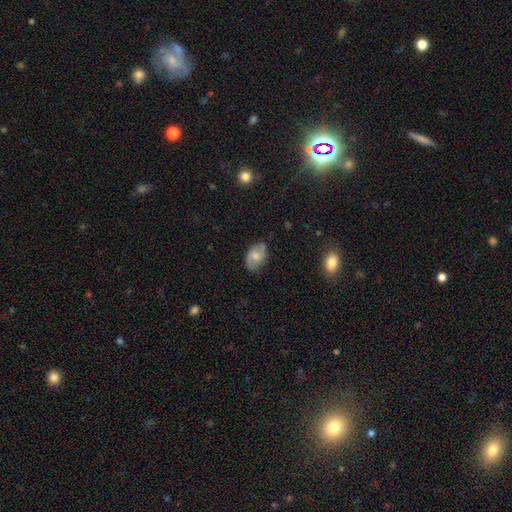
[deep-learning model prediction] smooth-or-featured: smooth: 50% | featured or disk: 42% | star or artifact: 8%
  how-rounded: in between: 87% | round: 12% | cigar-shaped: 1%
  merging: none: 74% | minor disturbance: 20% | major disturbance: 5% | merger: 1%